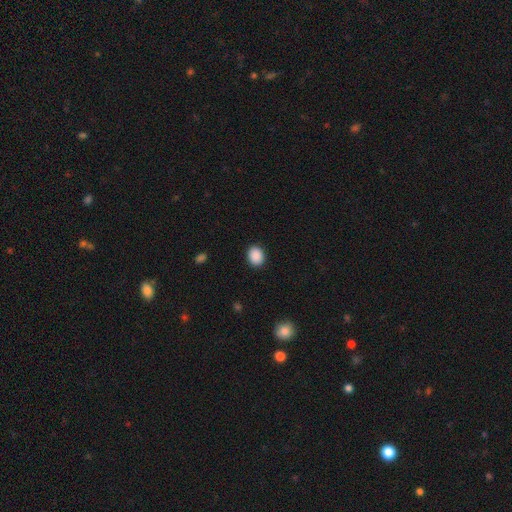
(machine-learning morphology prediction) Smooth or featured? Predicted: smooth (p=0.90). How rounded? Predicted: in between (p=0.50). Merging? Predicted: none (p=0.90).